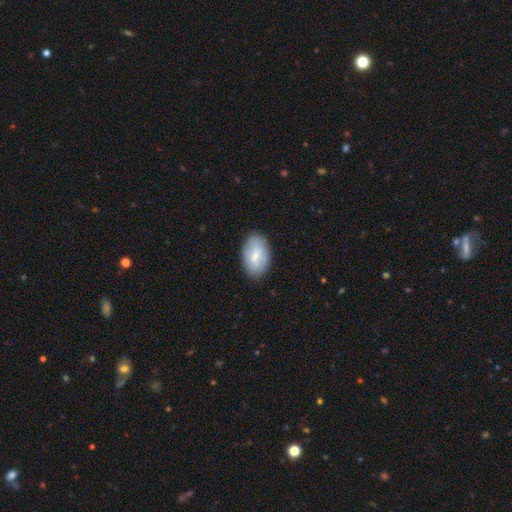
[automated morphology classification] A smooth galaxy with no disk features (70%) that is in between round and cigar-shaped (93%). Merging: none (84%).